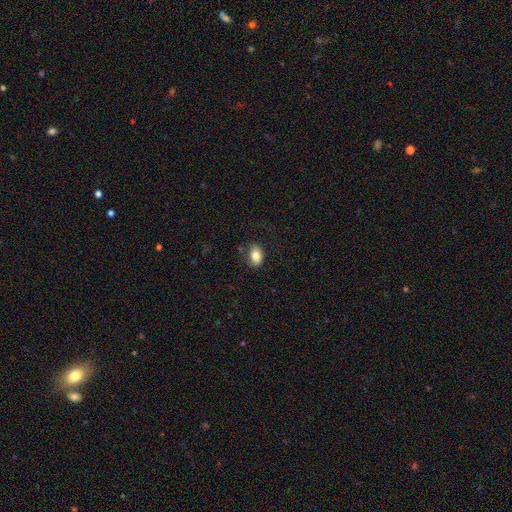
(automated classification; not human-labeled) smooth_or_featured: smooth (p=0.81) [alt: featured or disk p=0.11]
how_rounded: in between (p=0.86) [alt: round p=0.13]
merging: none (p=0.76) [alt: minor disturbance p=0.17]